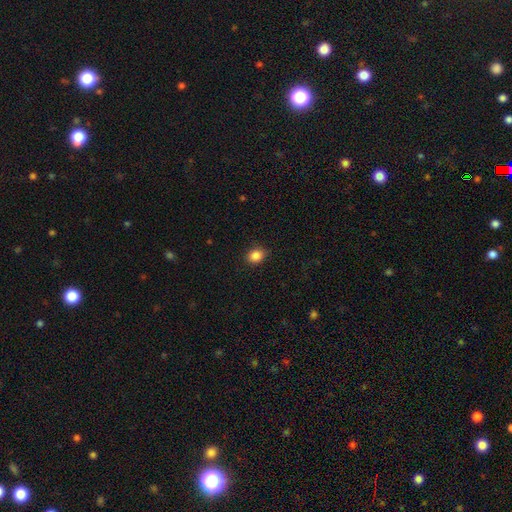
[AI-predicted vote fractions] A smooth galaxy with no disk features (86%) that is in between round and cigar-shaped (52%). Merging: none (88%).